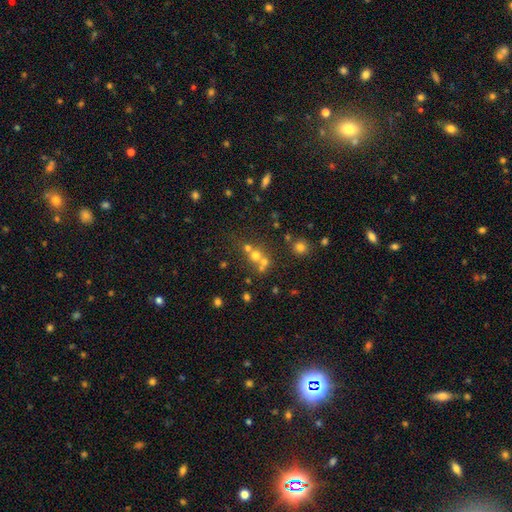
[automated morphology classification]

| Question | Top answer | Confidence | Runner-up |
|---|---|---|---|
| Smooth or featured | smooth | 57% | star or artifact (24%) |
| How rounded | round | 83% | in between (16%) |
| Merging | merger | 50% | none (39%) |